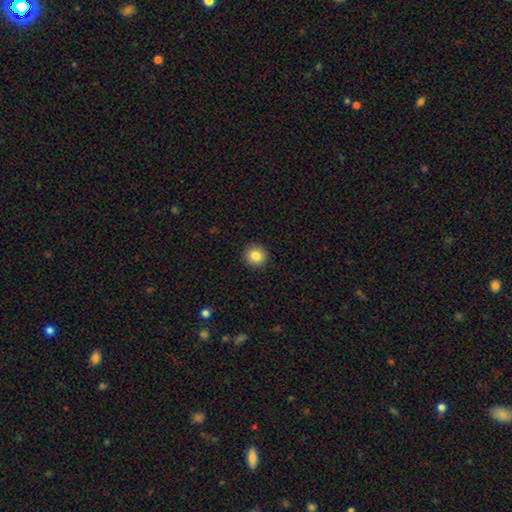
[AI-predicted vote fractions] Q: Smooth or featured?
A: smooth (85%); runner-up: star or artifact (9%)
Q: How rounded?
A: round (94%); runner-up: in between (5%)
Q: Merging?
A: none (93%); runner-up: minor disturbance (5%)